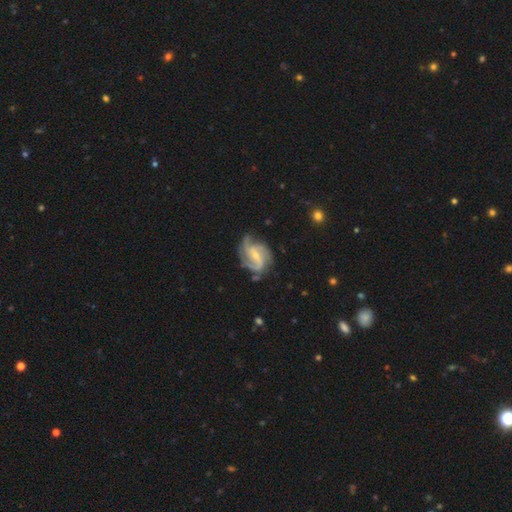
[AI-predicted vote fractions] Smooth or featured? featured or disk (90%)
Edge-on disk? no (98%)
Bar? weak (45%)
Spiral arms? yes (98%)
Spiral winding? medium (51%)
Spiral arm count? 3 (48%)
Bulge size? small (67%)
Merging? none (65%)